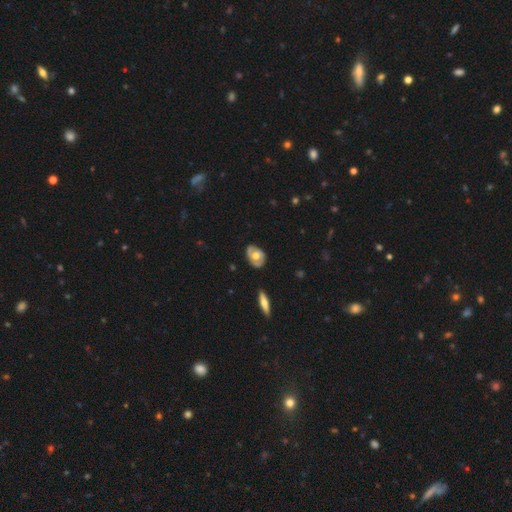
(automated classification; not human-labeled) Smooth or featured? Predicted: featured or disk (p=0.57). Edge-on disk? Predicted: no (p=0.88). Bar? Predicted: no (p=0.82). Spiral arms? Predicted: no (p=0.68). Bulge size? Predicted: moderate (p=0.64). Merging? Predicted: none (p=0.78).